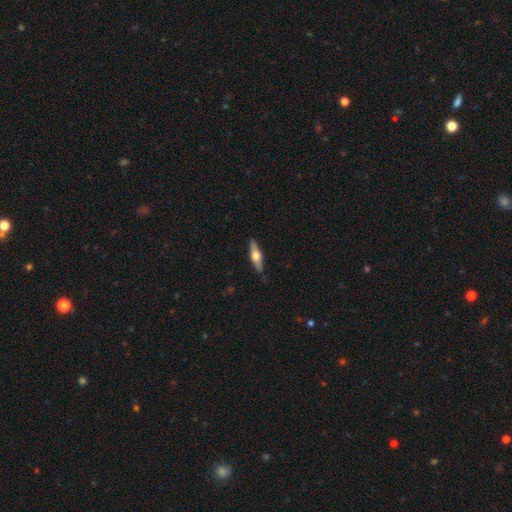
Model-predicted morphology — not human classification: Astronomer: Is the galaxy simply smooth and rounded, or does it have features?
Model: featured or disk — 53% (runner-up: smooth, 42%).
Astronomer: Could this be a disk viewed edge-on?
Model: yes — 89%.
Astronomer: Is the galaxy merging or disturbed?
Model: none — 86%.